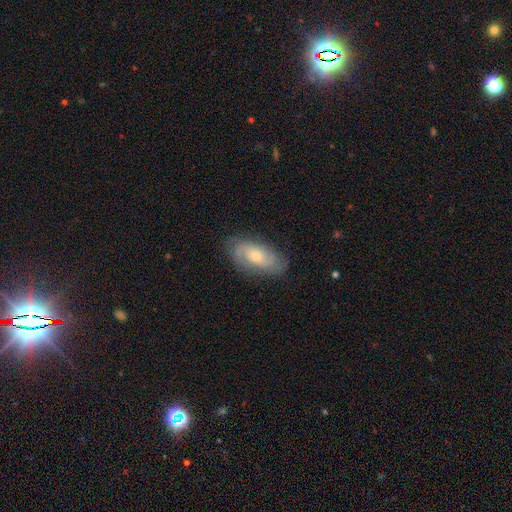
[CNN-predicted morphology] Smooth or featured: featured or disk — 68% (smooth — 25%)
Edge-on disk: no — 94% (yes — 6%)
Bar: no — 69% (weak — 27%)
Spiral arms: yes — 89% (no — 11%)
Spiral winding: tight — 48% (medium — 37%)
Spiral arm count: 2 — 53% (can't tell — 28%)
Bulge size: small — 56% (moderate — 39%)
Merging: none — 76% (minor disturbance — 17%)